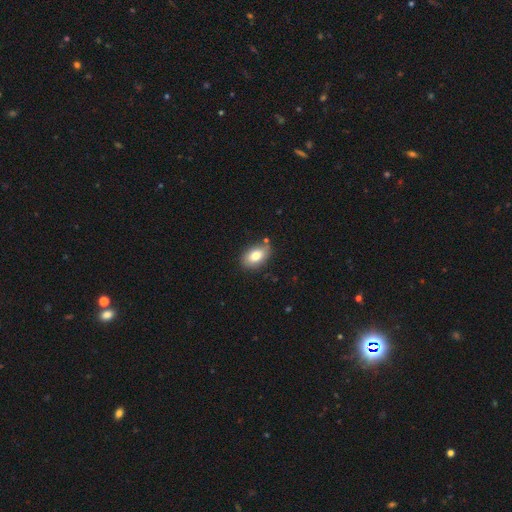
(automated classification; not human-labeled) A smooth galaxy with no disk features (80%) that is in between round and cigar-shaped (89%). Merging: none (78%).